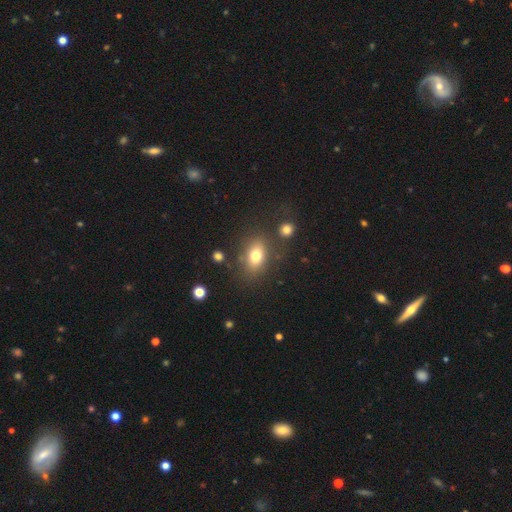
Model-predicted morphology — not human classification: A smooth galaxy with no disk features (75%) that is in between round and cigar-shaped (77%).

Vote fractions:
- Smooth or featured? smooth: 75% / featured or disk: 14% / star or artifact: 11%
- How rounded? in between: 77% / round: 21% / cigar-shaped: 2%
- Merging? none: 74% / minor disturbance: 13% / merger: 7% / major disturbance: 6%